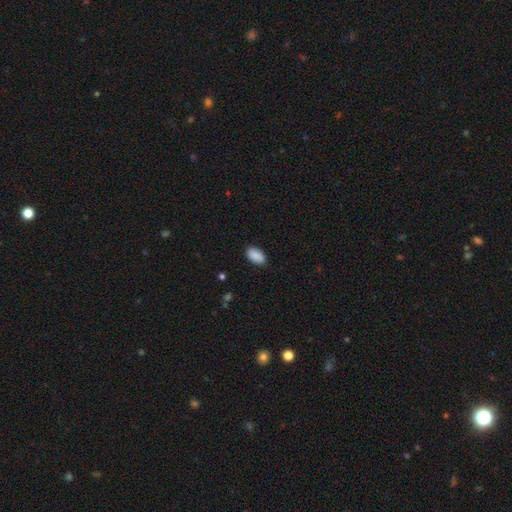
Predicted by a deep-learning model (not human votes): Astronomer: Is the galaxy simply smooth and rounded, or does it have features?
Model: smooth — 89%.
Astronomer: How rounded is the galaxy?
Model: in between — 94%.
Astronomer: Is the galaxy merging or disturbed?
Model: none — 86%.